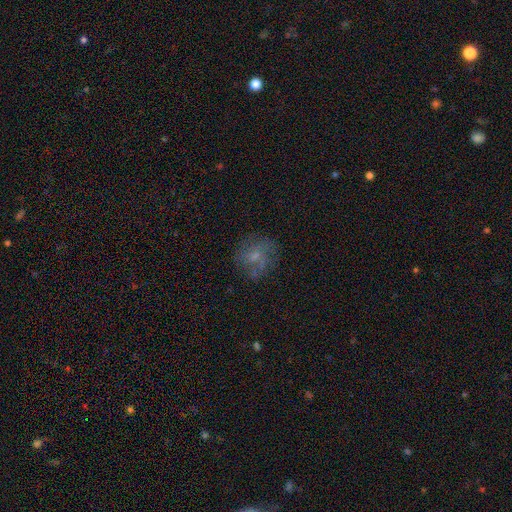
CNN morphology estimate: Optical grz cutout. It shows a smooth galaxy with no disk features (47%). Merging: none (64%).